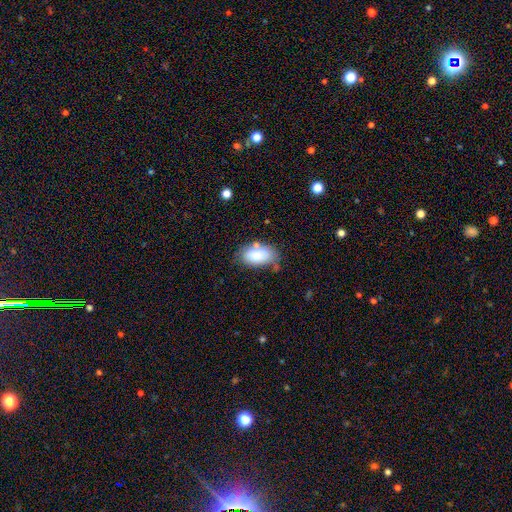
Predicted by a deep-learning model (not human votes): A smooth galaxy with no disk features (84%) that is in between round and cigar-shaped (93%).

Vote fractions:
- Smooth or featured? smooth: 84% / featured or disk: 9% / star or artifact: 7%
- How rounded? in between: 93% / round: 5% / cigar-shaped: 2%
- Merging? none: 61% / minor disturbance: 24% / merger: 8% / major disturbance: 7%